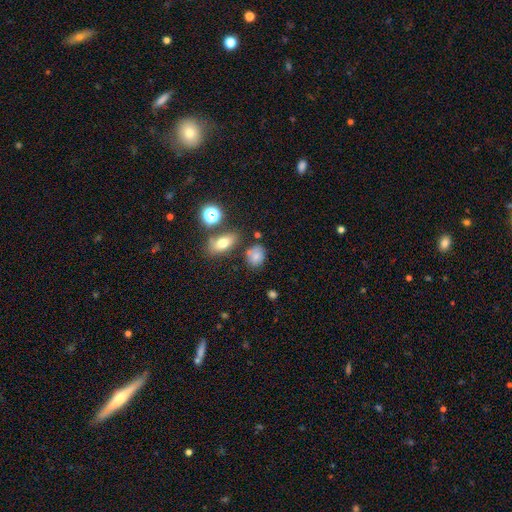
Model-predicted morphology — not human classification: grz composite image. It shows a smooth galaxy with no disk features (75%) that is in between round and cigar-shaped (57%). Merging: none (67%).